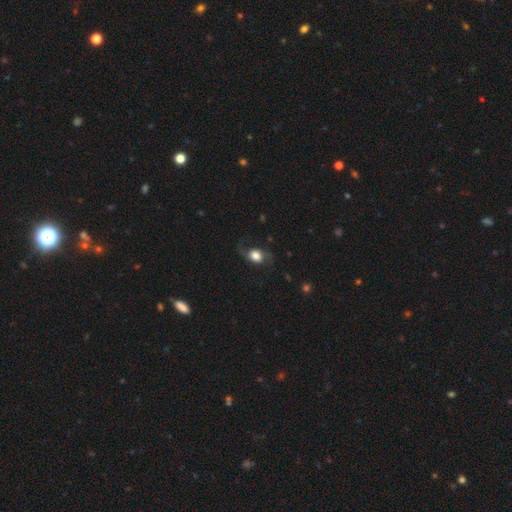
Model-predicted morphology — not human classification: Smooth or featured?
  - smooth: 47% *
  - featured or disk: 44%
  - star or artifact: 9%
Merging?
  - none: 67% *
  - minor disturbance: 19%
  - major disturbance: 13%
  - merger: 1%